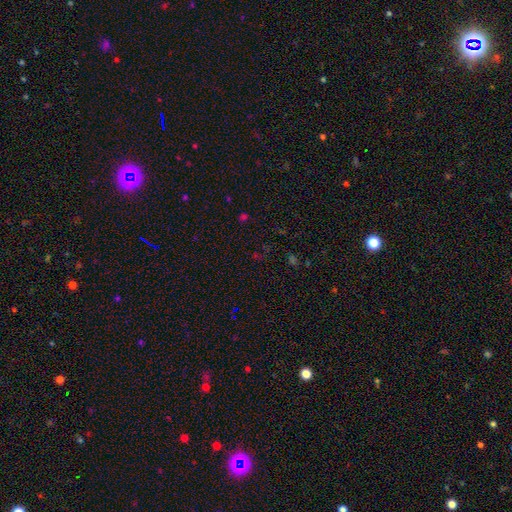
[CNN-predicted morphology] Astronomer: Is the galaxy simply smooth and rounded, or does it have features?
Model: star or artifact — 62%.